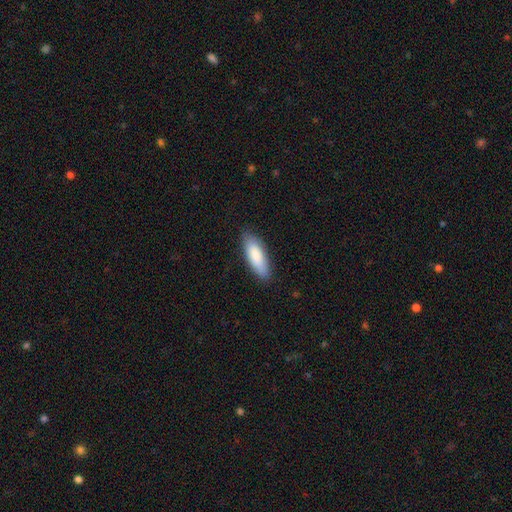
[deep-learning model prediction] A smooth galaxy with no disk features (83%) that is in between round and cigar-shaped (65%). Merging: none (84%).